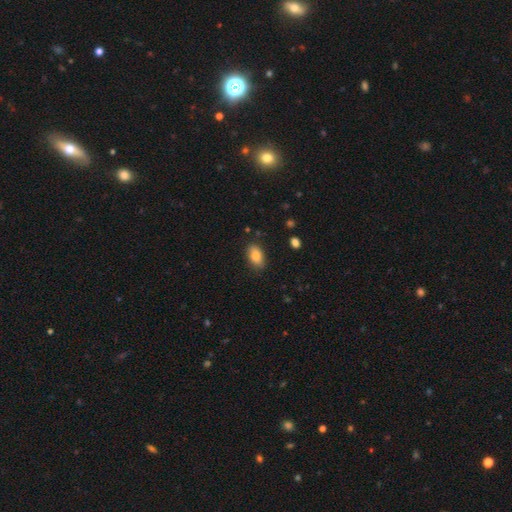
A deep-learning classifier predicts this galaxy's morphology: Smooth or featured?
  - smooth: 81% *
  - featured or disk: 11%
  - star or artifact: 8%
How rounded?
  - in between: 90% *
  - round: 7%
  - cigar-shaped: 3%
Merging?
  - none: 85% *
  - minor disturbance: 12%
  - major disturbance: 2%
  - merger: 1%